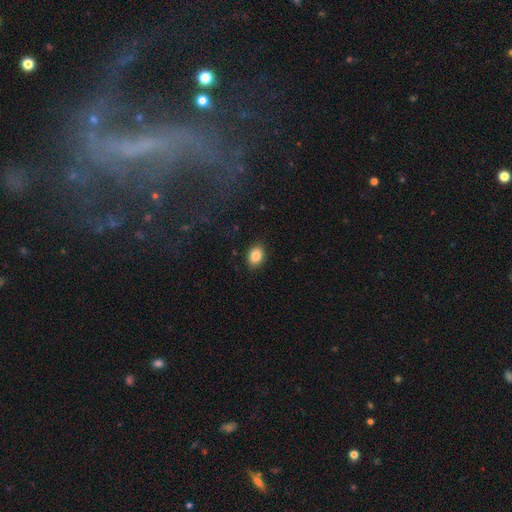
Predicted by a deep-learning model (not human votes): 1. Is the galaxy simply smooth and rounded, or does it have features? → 86% smooth, 8% star or artifact, 5% featured or disk.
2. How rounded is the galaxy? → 77% in between, 21% round, 1% cigar-shaped.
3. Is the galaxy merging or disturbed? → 88% none, 9% minor disturbance, 2% major disturbance, 1% merger.